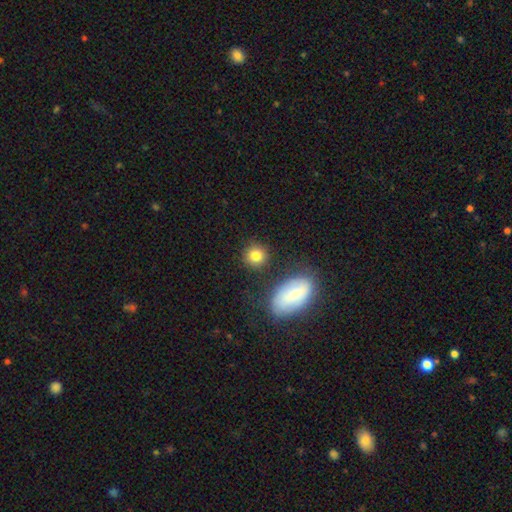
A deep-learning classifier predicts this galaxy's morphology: smooth 82%, star or artifact 10%, featured or disk 8%. Down the decision tree: how rounded — round (87%); merging — none (81%).